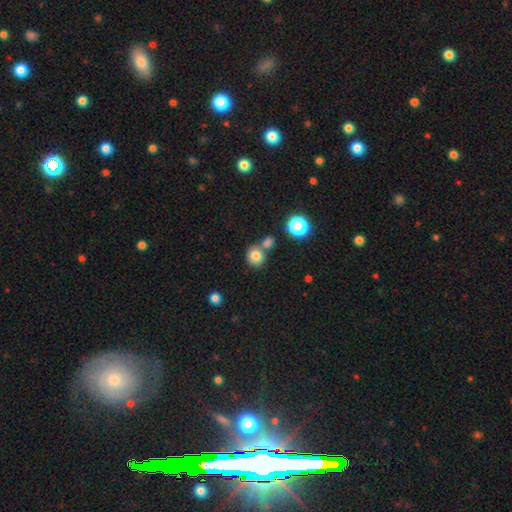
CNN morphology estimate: Q: Smooth or featured?
A: smooth (80%); runner-up: star or artifact (12%)
Q: How rounded?
A: round (82%); runner-up: in between (17%)
Q: Merging?
A: none (60%); runner-up: merger (27%)